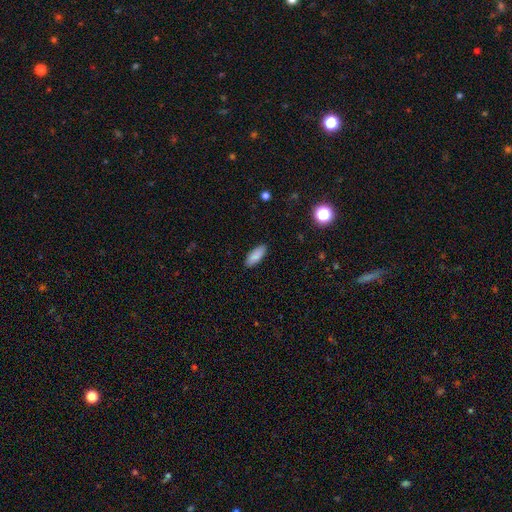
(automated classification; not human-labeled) Smooth or featured? Predicted: smooth (p=0.88). How rounded? Predicted: in between (p=0.75). Merging? Predicted: none (p=0.89).